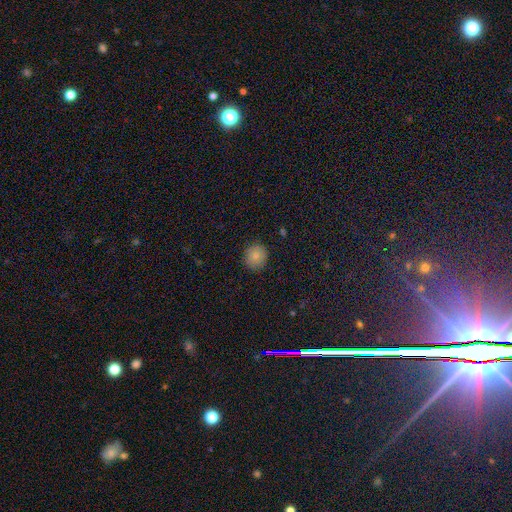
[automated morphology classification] smooth 82%, star or artifact 11%, featured or disk 8%. Down the decision tree: how rounded — round (87%); merging — none (88%).